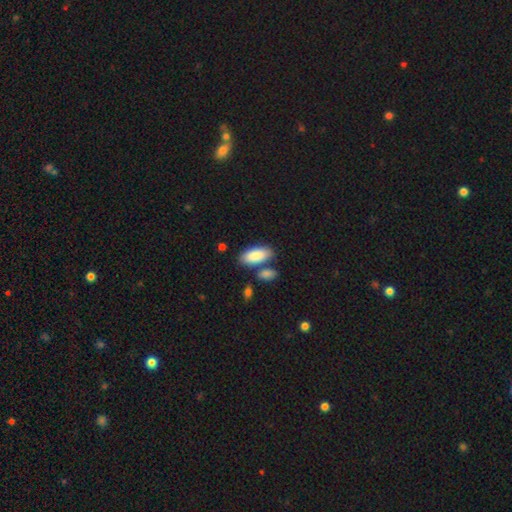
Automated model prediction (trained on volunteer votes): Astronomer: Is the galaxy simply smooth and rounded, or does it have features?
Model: smooth — 88%.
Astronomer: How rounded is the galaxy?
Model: in between — 90%.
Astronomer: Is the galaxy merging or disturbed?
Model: none — 68%.